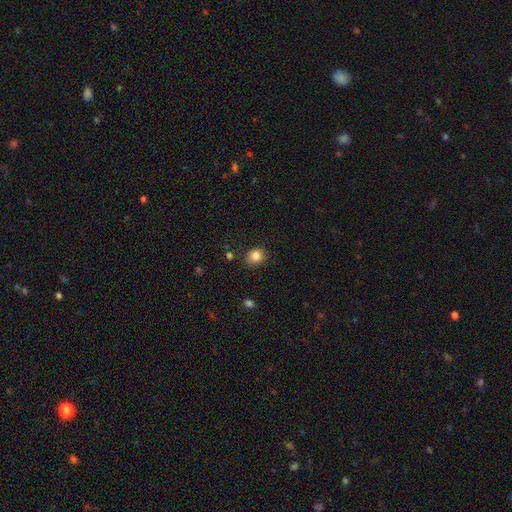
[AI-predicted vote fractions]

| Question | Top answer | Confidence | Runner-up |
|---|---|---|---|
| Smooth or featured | smooth | 84% | star or artifact (11%) |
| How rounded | round | 76% | in between (23%) |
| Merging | none | 80% | minor disturbance (15%) |